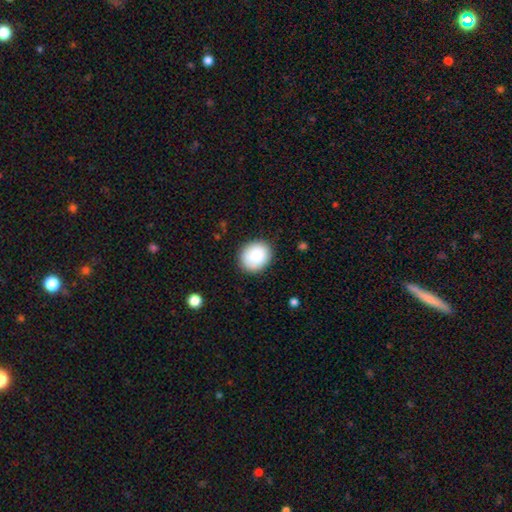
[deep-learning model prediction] smooth 89%, star or artifact 7%, featured or disk 4%. Down the decision tree: how rounded — round (64%); merging — none (88%).